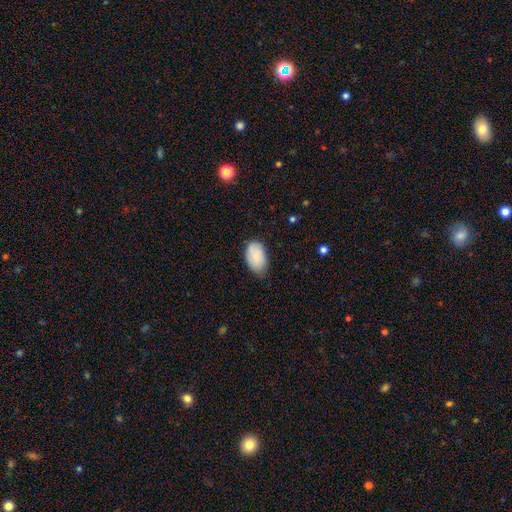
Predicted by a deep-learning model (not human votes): This appears to be a smooth galaxy with no disk features (85%) that is in between round and cigar-shaped (93%). Merging: none (66%).